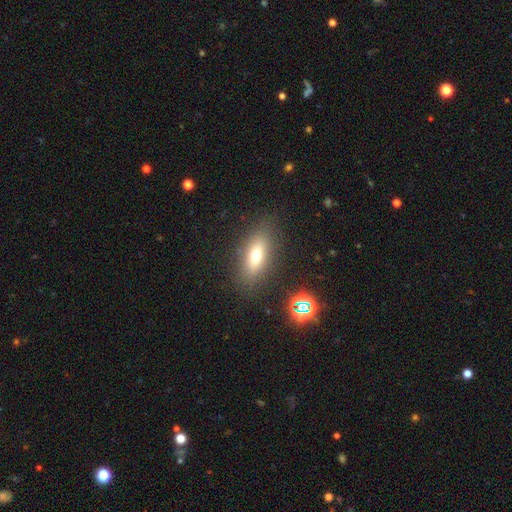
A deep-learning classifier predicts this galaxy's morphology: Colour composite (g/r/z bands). It shows a smooth galaxy with no disk features (64%) that is in between round and cigar-shaped (76%). Merging: none (84%).